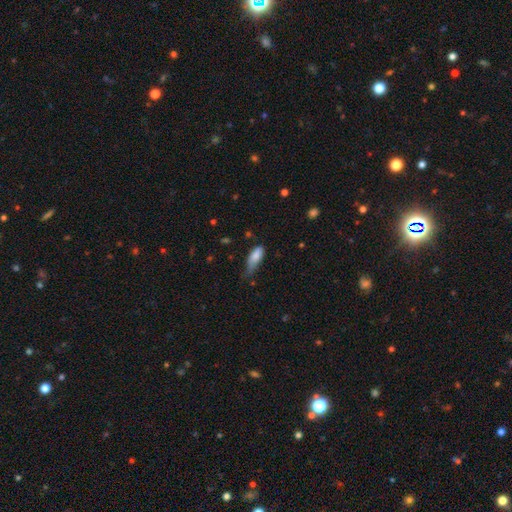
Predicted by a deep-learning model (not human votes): This appears to be a smooth galaxy with no disk features (81%) that is in between round and cigar-shaped (75%). Merging: minor disturbance (48%).